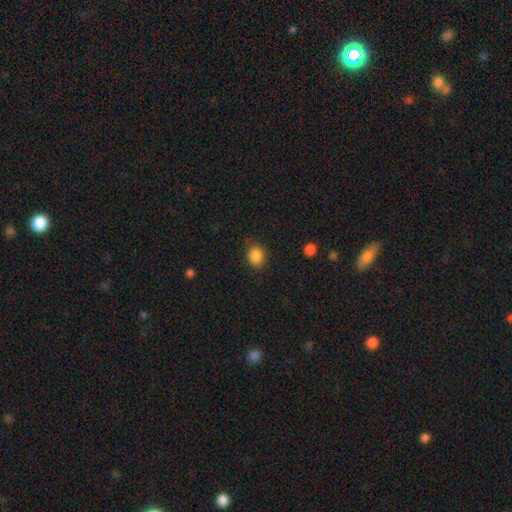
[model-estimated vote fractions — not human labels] Smooth or featured: smooth — 87% (star or artifact — 9%)
How rounded: round — 56% (in between — 43%)
Merging: none — 81% (minor disturbance — 14%)